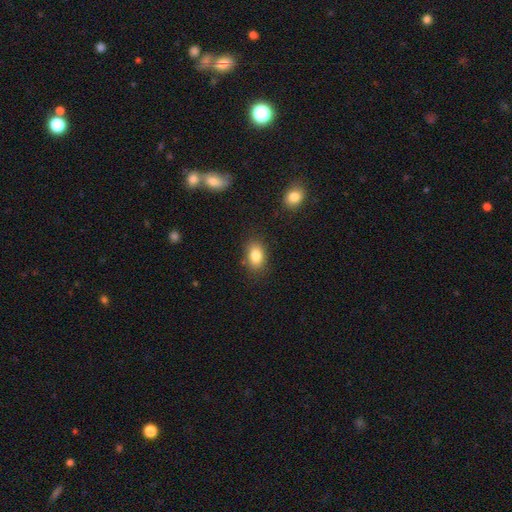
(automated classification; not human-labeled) A smooth galaxy with no disk features (83%) that is in between round and cigar-shaped (82%).

Vote fractions:
- Smooth or featured? smooth: 83% / star or artifact: 9% / featured or disk: 8%
- How rounded? in between: 82% / round: 17% / cigar-shaped: 2%
- Merging? none: 83% / minor disturbance: 12% / major disturbance: 3% / merger: 2%